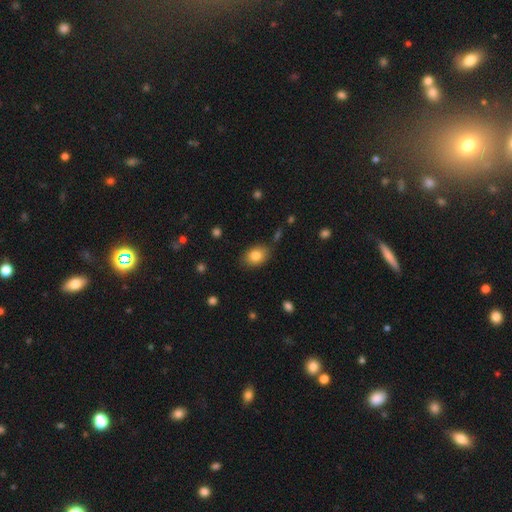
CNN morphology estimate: smooth_or_featured: smooth (p=0.82) [alt: featured or disk p=0.09]
how_rounded: in between (p=0.74) [alt: round p=0.25]
merging: none (p=0.83) [alt: minor disturbance p=0.12]